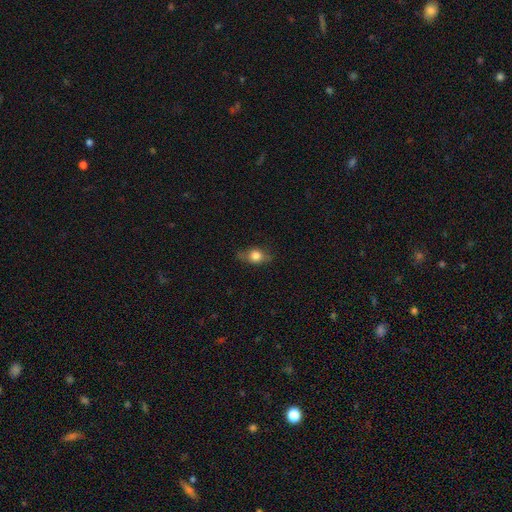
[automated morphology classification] Smooth or featured?
  - smooth: 66% *
  - featured or disk: 24%
  - star or artifact: 10%
How rounded?
  - in between: 53% *
  - round: 41%
  - cigar-shaped: 6%
Merging?
  - none: 70% *
  - minor disturbance: 22%
  - major disturbance: 7%
  - merger: 1%